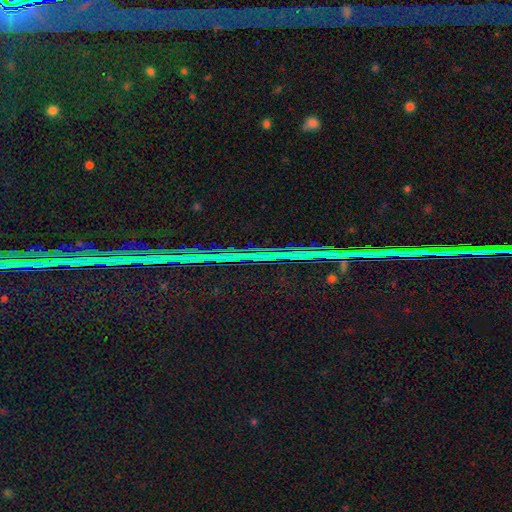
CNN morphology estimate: smooth_or_featured: star or artifact (p=0.86) [alt: featured or disk p=0.08]